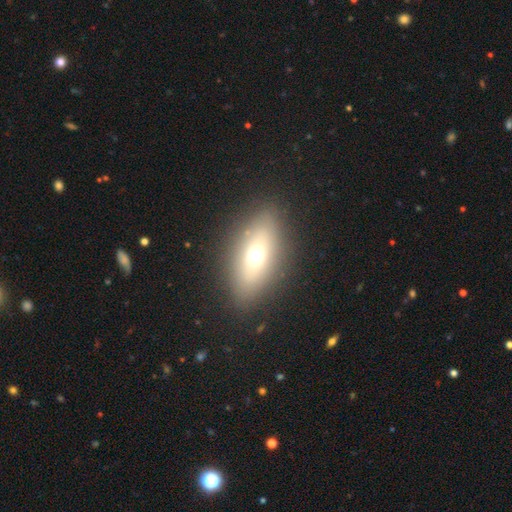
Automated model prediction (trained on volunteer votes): Morphology: type=smooth (57%); roundness=in between (75%); merging=none (86%).